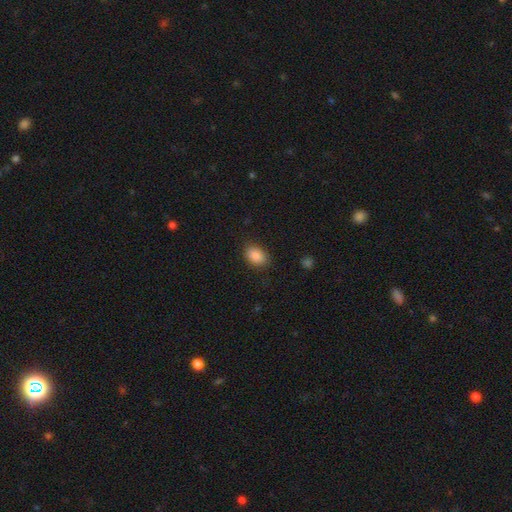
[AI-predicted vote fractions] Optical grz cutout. It shows a smooth galaxy with no disk features (88%) that is in between round and cigar-shaped (78%). Merging: none (84%).